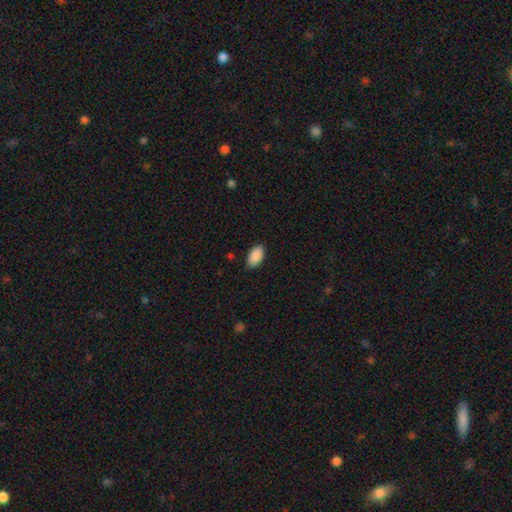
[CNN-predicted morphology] smooth_or_featured: smooth (p=0.90) [alt: star or artifact p=0.06]
how_rounded: in between (p=0.95) [alt: round p=0.03]
merging: none (p=0.85) [alt: minor disturbance p=0.12]